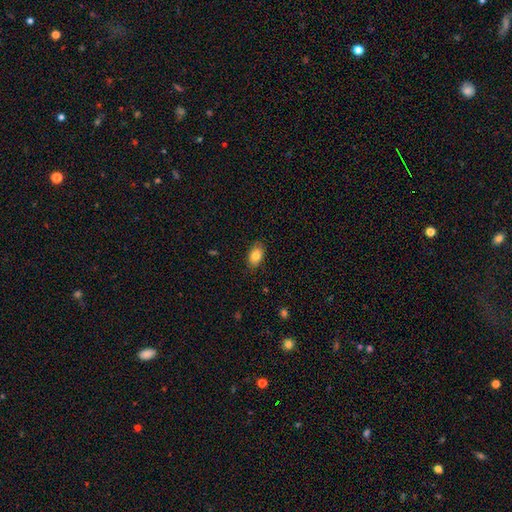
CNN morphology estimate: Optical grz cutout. It shows a smooth galaxy with no disk features (84%) that is in between round and cigar-shaped (88%). Merging: none (85%).